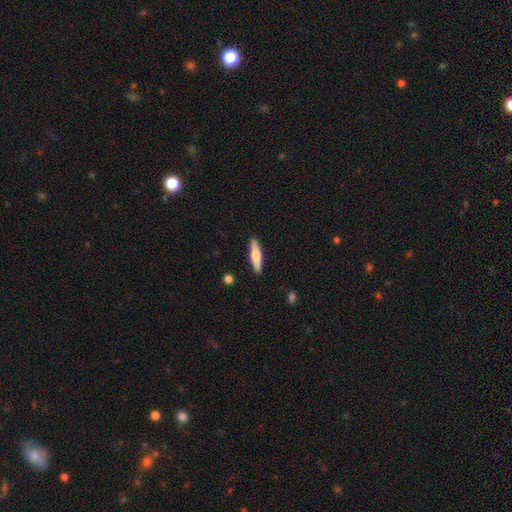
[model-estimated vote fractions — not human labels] Q: Smooth or featured?
A: smooth (62%); runner-up: featured or disk (32%)
Q: How rounded?
A: cigar-shaped (78%); runner-up: in between (20%)
Q: Merging?
A: none (90%); runner-up: minor disturbance (7%)